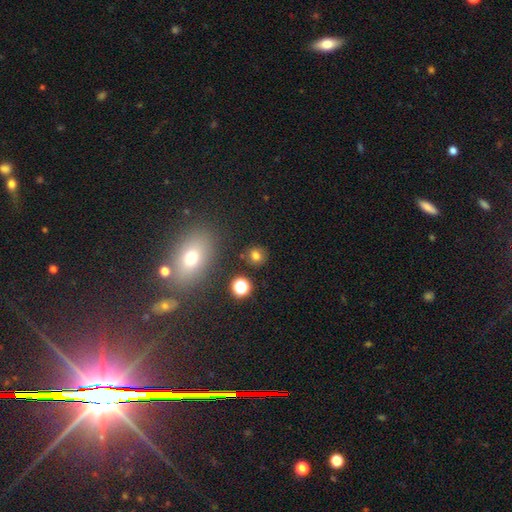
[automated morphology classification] Overall: smooth (75%). How rounded: round (82%). Merging: none (83%).